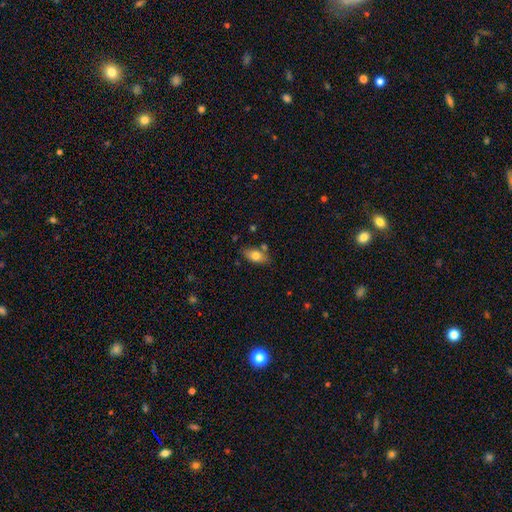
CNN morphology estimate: This is likely a smooth galaxy (76%). How rounded: clearly in between (88%). Merging: likely none (74%).